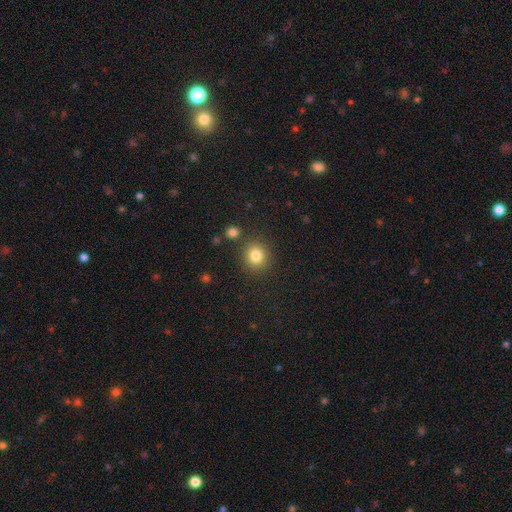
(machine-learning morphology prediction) smooth-or-featured: smooth: 82% | star or artifact: 12% | featured or disk: 6%
  how-rounded: round: 85% | in between: 14% | cigar-shaped: 1%
  merging: none: 85% | minor disturbance: 8% | merger: 5% | major disturbance: 3%